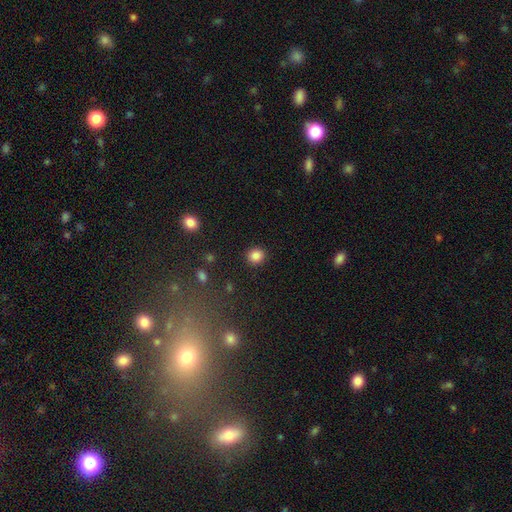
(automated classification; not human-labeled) This is clearly a smooth galaxy (85%). How rounded: clearly round (83%). Merging: clearly none (90%).